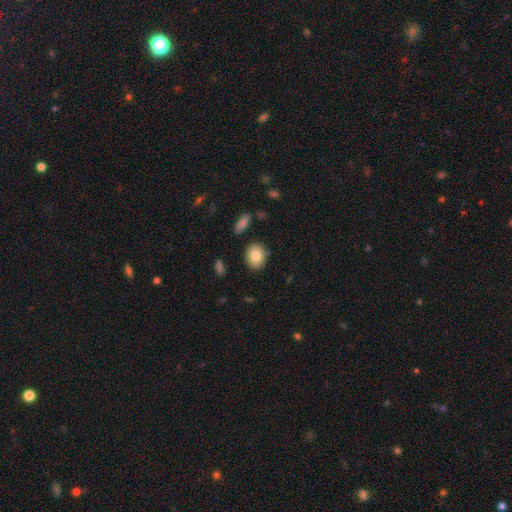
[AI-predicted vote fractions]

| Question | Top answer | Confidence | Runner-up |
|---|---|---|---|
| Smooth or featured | smooth | 81% | featured or disk (11%) |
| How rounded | in between | 57% | round (41%) |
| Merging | none | 86% | minor disturbance (10%) |